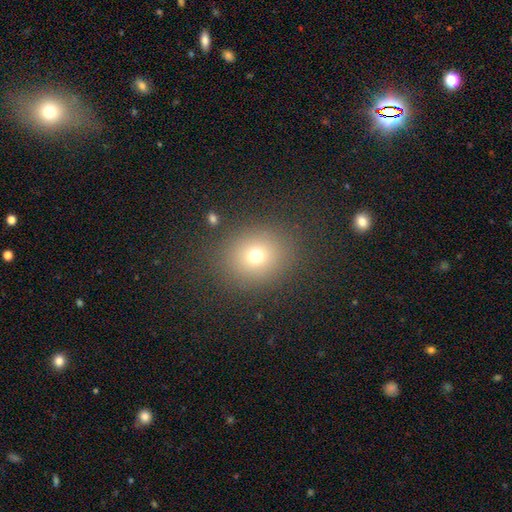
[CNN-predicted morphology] Overall: smooth (71%). How rounded: round (81%). Merging: none (86%).